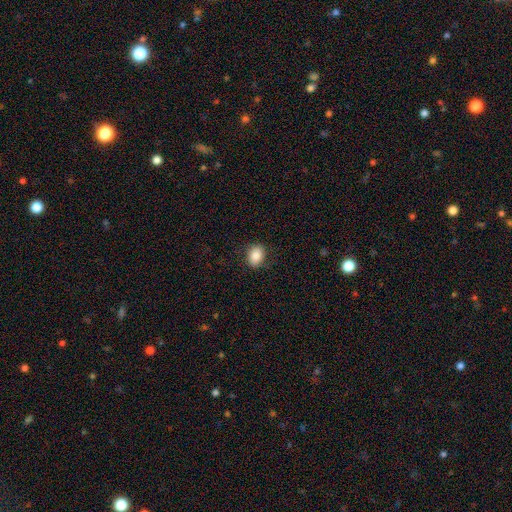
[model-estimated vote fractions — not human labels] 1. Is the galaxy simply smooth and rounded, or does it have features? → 84% smooth, 9% star or artifact, 8% featured or disk.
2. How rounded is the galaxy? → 65% in between, 34% round, 1% cigar-shaped.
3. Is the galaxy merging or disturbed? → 86% none, 11% minor disturbance, 3% major disturbance, 1% merger.